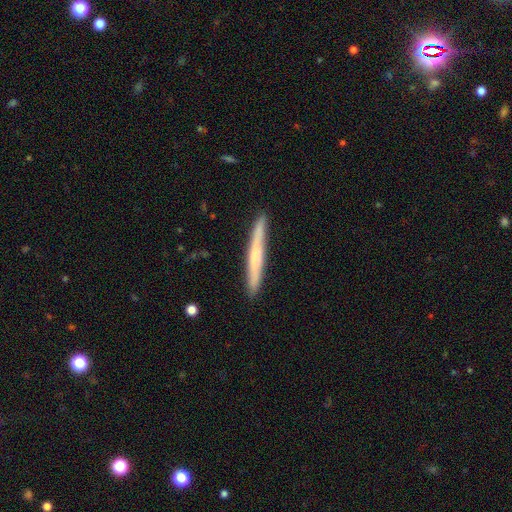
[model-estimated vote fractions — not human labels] A smooth galaxy with no disk features (52%) that is cigar-shaped (97%).

Vote fractions:
- Smooth or featured? smooth: 52% / featured or disk: 42% / star or artifact: 6%
- How rounded? cigar-shaped: 97% / in between: 2% / round: 1%
- Merging? none: 89% / minor disturbance: 8% / major disturbance: 1% / merger: 1%